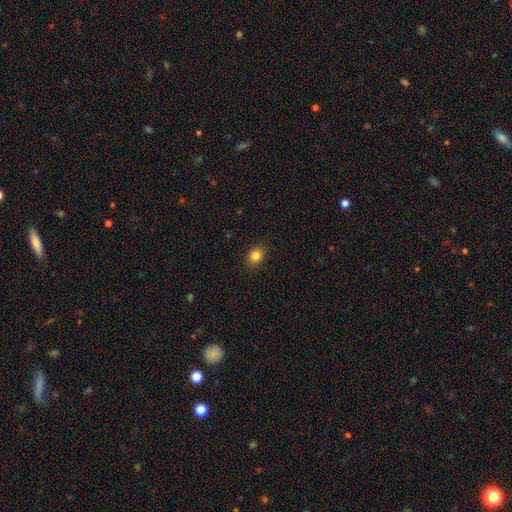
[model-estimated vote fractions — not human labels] Morphology: type=smooth (84%); roundness=round (50%); merging=none (87%).